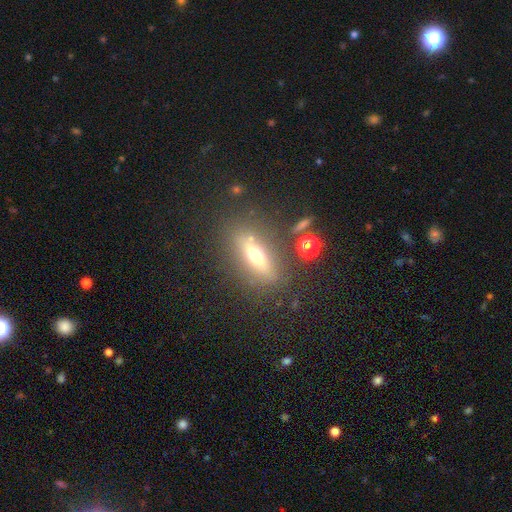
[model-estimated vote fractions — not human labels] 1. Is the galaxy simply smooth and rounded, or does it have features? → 45% featured or disk, 43% smooth, 12% star or artifact.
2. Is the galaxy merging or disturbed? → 79% none, 12% minor disturbance, 5% major disturbance, 4% merger.